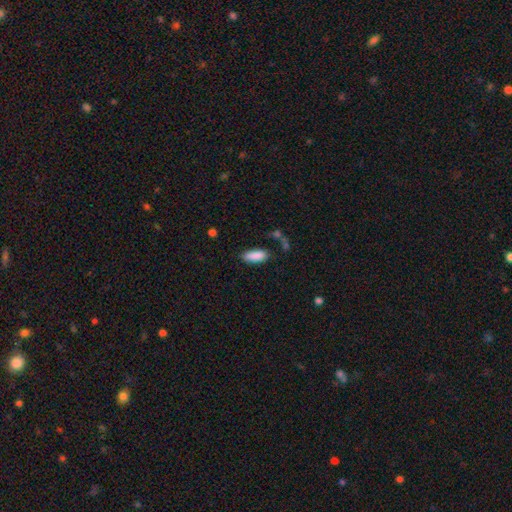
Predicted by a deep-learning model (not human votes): smooth_or_featured: smooth (p=0.88) [alt: star or artifact p=0.07]
how_rounded: in between (p=0.76) [alt: cigar-shaped p=0.22]
merging: none (p=0.74) [alt: minor disturbance p=0.17]